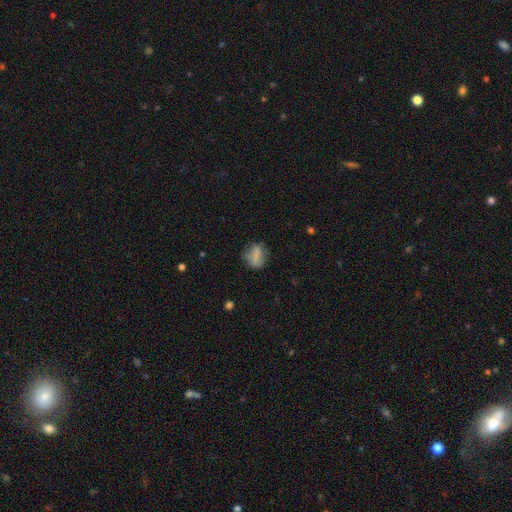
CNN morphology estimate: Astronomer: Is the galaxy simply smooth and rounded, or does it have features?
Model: smooth — 66%.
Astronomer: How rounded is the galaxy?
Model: in between — 55% (runner-up: round, 33%).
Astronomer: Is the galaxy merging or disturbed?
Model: none — 63%.